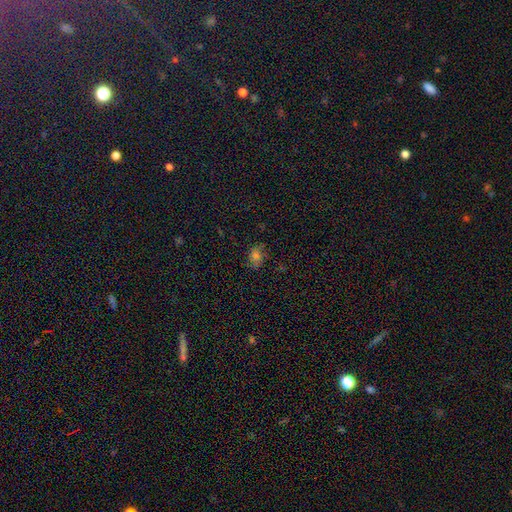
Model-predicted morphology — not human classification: type=smooth (58%); roundness=in between (61%); merging=none (72%).